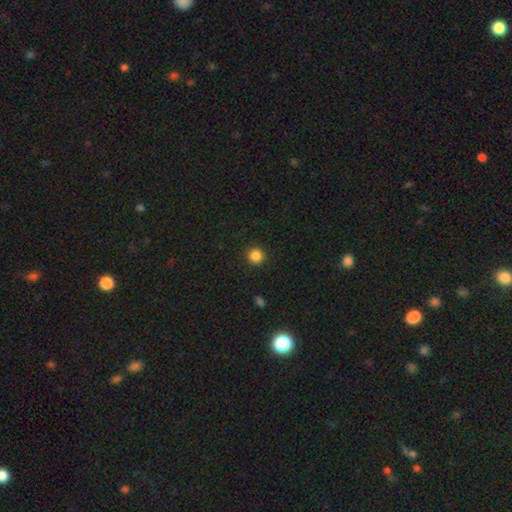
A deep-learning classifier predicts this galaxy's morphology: The model was most divided on "smooth or featured": smooth: 86%, star or artifact: 11%, featured or disk: 3%. More confident: how rounded — round (95%); merging — none (92%).